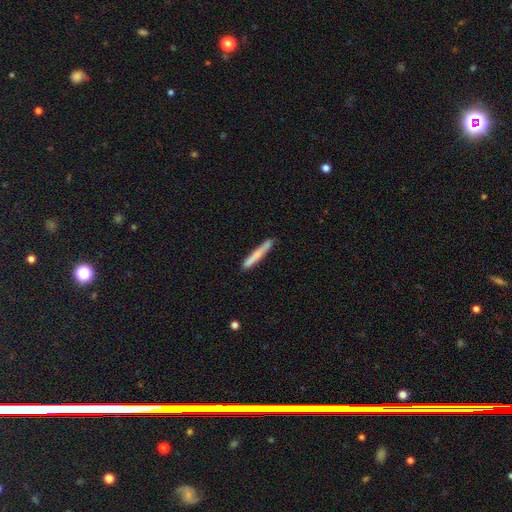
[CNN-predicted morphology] smooth 73%, featured or disk 21%, star or artifact 6%. Down the decision tree: how rounded — cigar-shaped (96%); merging — none (85%).